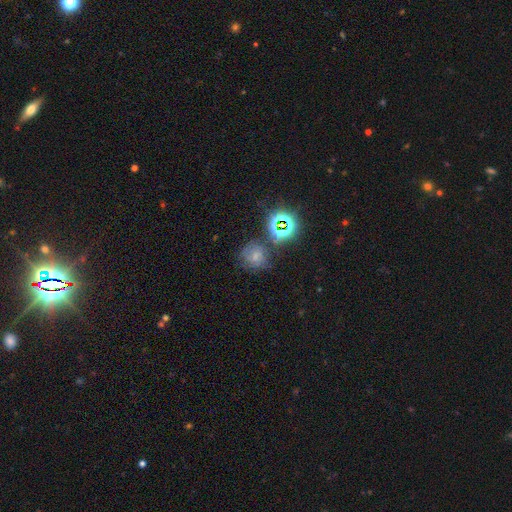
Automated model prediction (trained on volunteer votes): smooth-or-featured: smooth: 47% | star or artifact: 31% | featured or disk: 22%
  merging: none: 62% | minor disturbance: 19% | major disturbance: 10% | merger: 9%